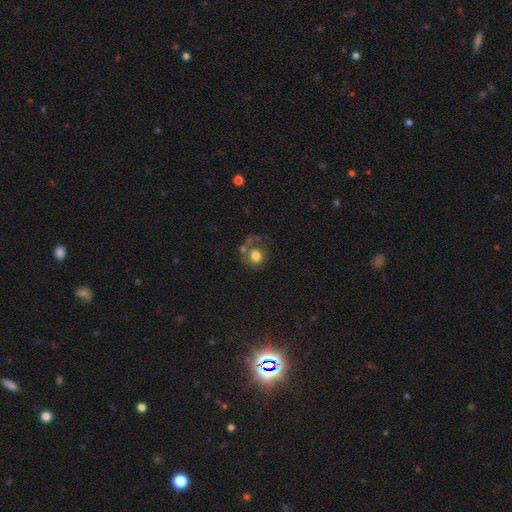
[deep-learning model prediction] This appears to be a smooth galaxy with no disk features (71%) that is round (80%). Merging: none (44%).